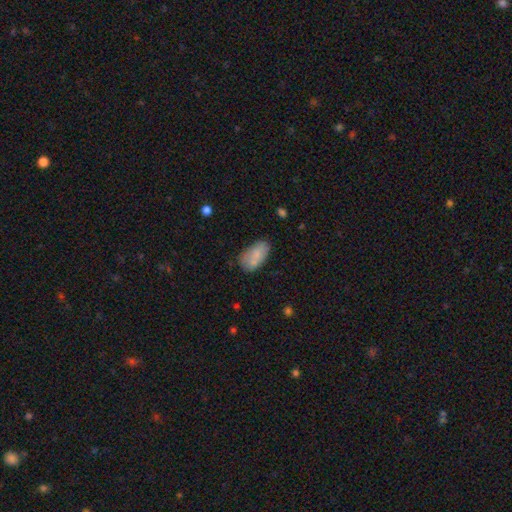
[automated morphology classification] smooth_or_featured: smooth (p=0.78) [alt: featured or disk p=0.15]
how_rounded: in between (p=0.94) [alt: round p=0.04]
merging: none (p=0.60) [alt: minor disturbance p=0.23]